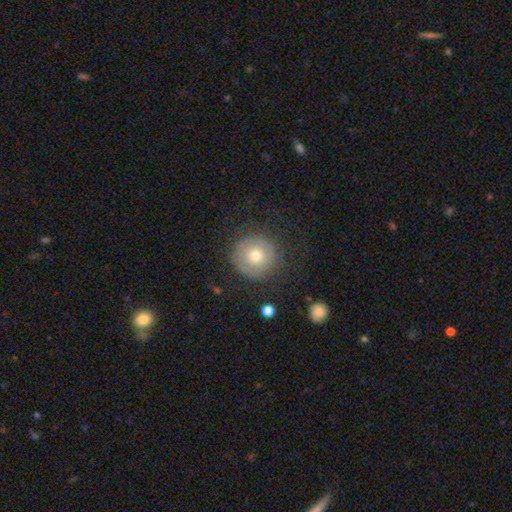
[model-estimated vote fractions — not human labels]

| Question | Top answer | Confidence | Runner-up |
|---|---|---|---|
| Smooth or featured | smooth | 57% | featured or disk (33%) |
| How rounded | round | 94% | in between (5%) |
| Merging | none | 78% | minor disturbance (14%) |